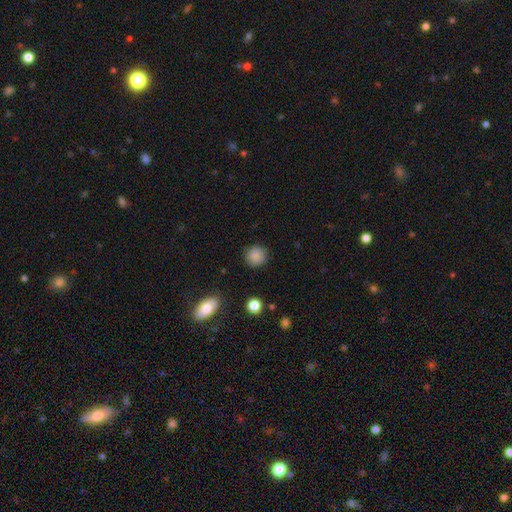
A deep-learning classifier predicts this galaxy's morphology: The model was most divided on "smooth or featured": smooth: 86%, star or artifact: 10%, featured or disk: 4%. More confident: how rounded — round (90%); merging — none (86%).